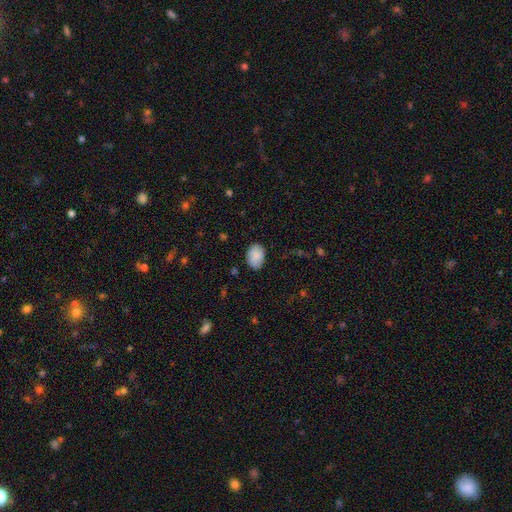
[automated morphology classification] A smooth galaxy with no disk features (88%) that is in between round and cigar-shaped (79%). Merging: none (83%).